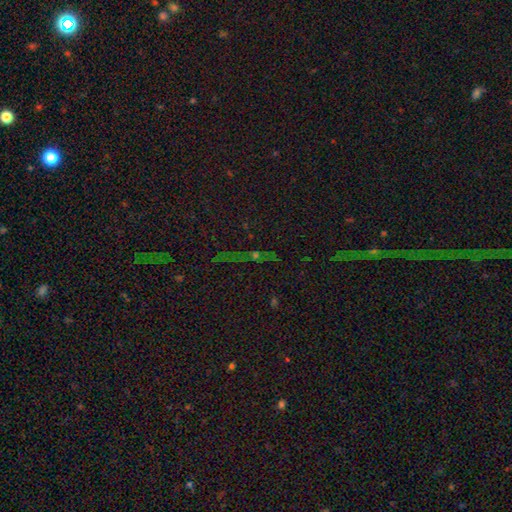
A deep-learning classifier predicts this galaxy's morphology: smooth-or-featured: star or artifact: 71% | smooth: 16% | featured or disk: 13%